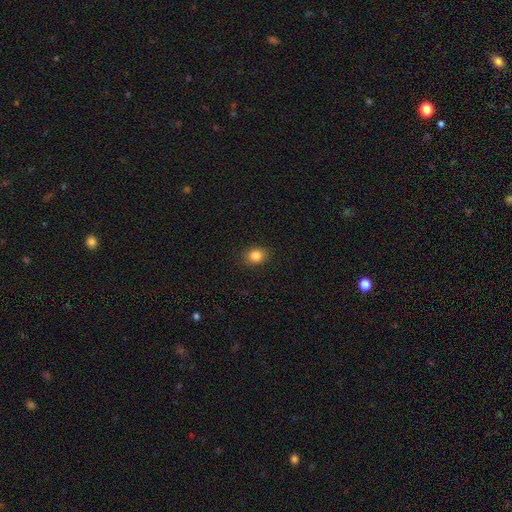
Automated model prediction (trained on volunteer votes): Overall: smooth (84%). How rounded: round (52%; in between 47%). Merging: none (88%).